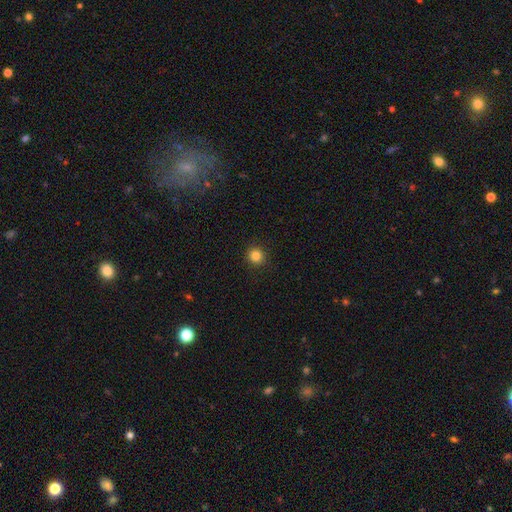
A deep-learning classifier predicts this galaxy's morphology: smooth_or_featured: smooth (p=0.83) [alt: star or artifact p=0.12]
how_rounded: round (p=0.94) [alt: in between p=0.05]
merging: none (p=0.93) [alt: minor disturbance p=0.05]